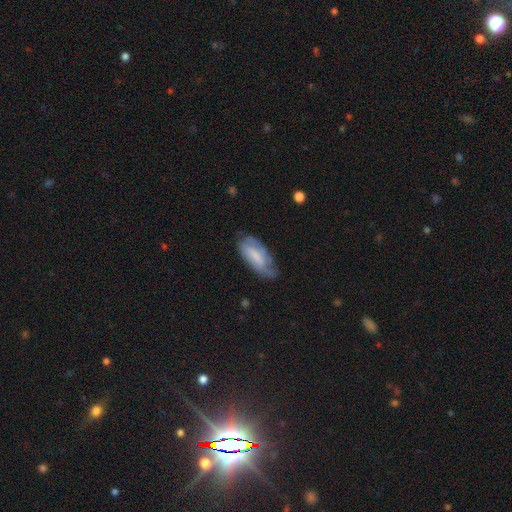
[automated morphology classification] Smooth or featured: smooth — 52% (featured or disk — 41%)
How rounded: in between — 83% (cigar-shaped — 15%)
Merging: none — 52% (minor disturbance — 33%)